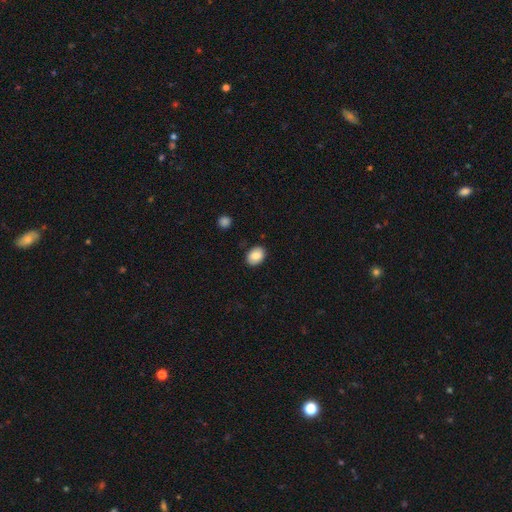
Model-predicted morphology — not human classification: A smooth galaxy with no disk features (85%) that is in between round and cigar-shaped (70%). Merging: none (87%).